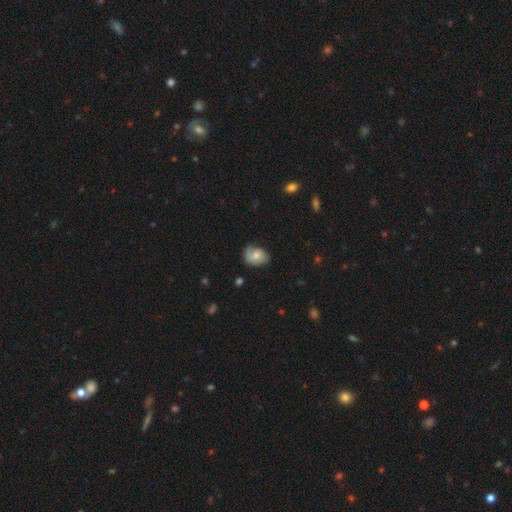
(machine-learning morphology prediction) smooth_or_featured: featured or disk (p=0.51) [alt: smooth p=0.41]
disk_edge_on: no (p=0.97) [alt: yes p=0.03]
merging: none (p=0.62) [alt: minor disturbance p=0.28]